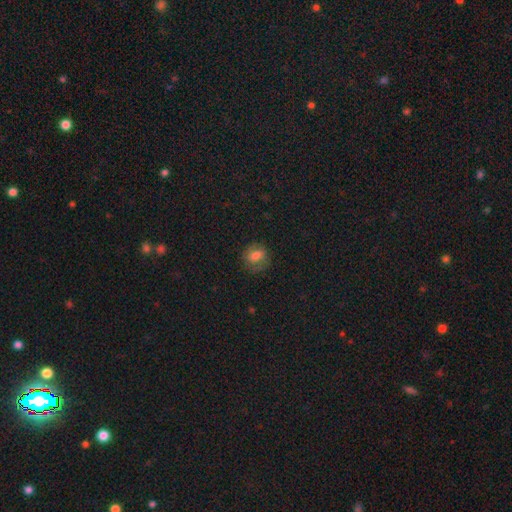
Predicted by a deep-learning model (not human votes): Smooth or featured? smooth (70%)
How rounded? round (55%)
Merging? none (73%)